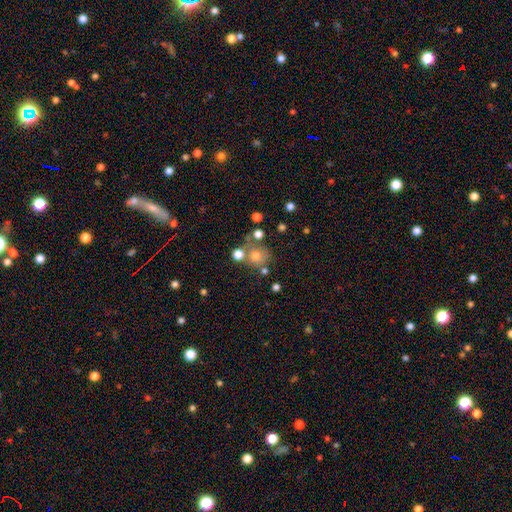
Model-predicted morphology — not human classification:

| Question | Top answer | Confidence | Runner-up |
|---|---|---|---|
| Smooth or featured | smooth | 65% | star or artifact (19%) |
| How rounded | round | 85% | in between (14%) |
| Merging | none | 59% | merger (21%) |